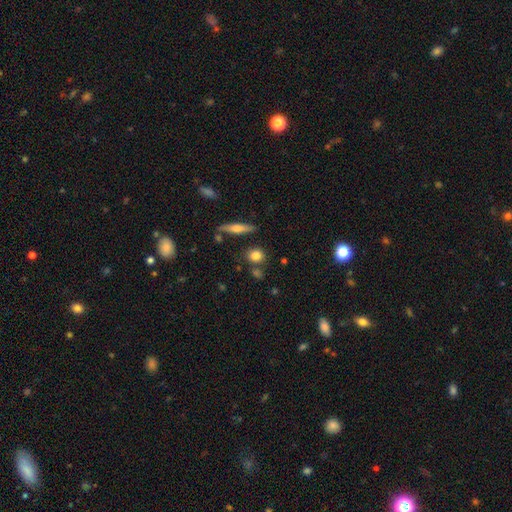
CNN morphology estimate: Smooth or featured: smooth — 78% (featured or disk — 12%)
How rounded: round — 70% (in between — 24%)
Merging: none — 75% (minor disturbance — 11%)